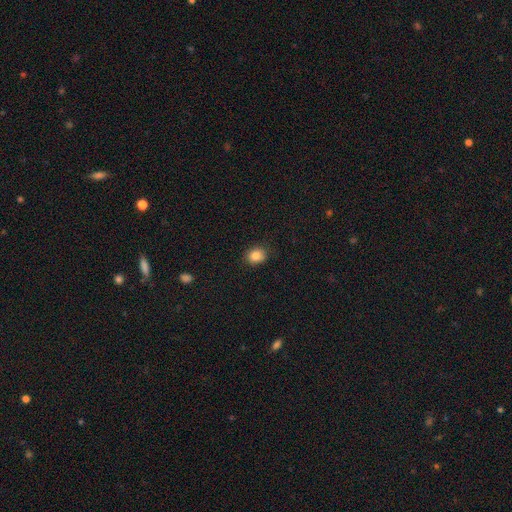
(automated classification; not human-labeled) Smooth or featured: smooth — 84% (star or artifact — 10%)
How rounded: round — 61% (in between — 38%)
Merging: none — 87% (minor disturbance — 10%)